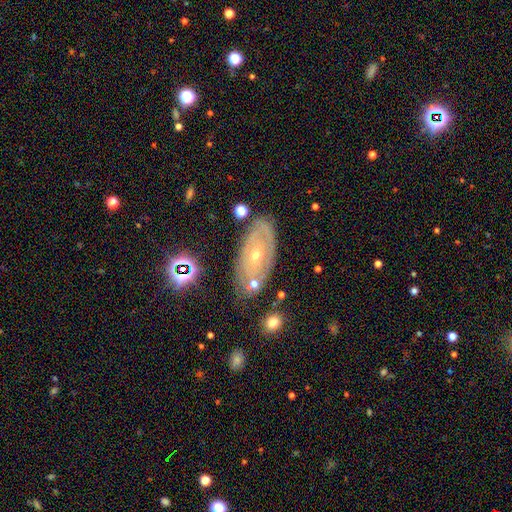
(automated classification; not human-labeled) featured or disk 74%, smooth 17%, star or artifact 8%. Down the decision tree: edge-on disk — no (91%); bar — no (77%); spiral arms — yes (65%); bulge size — small (62%); merging — none (74%).